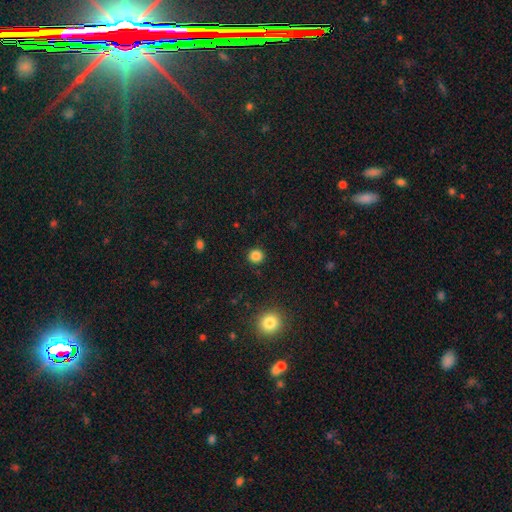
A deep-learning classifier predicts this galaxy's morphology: smooth-or-featured: smooth: 85% | star or artifact: 12% | featured or disk: 3%
  how-rounded: round: 91% | in between: 8% | cigar-shaped: 1%
  merging: none: 91% | minor disturbance: 5% | major disturbance: 2% | merger: 1%